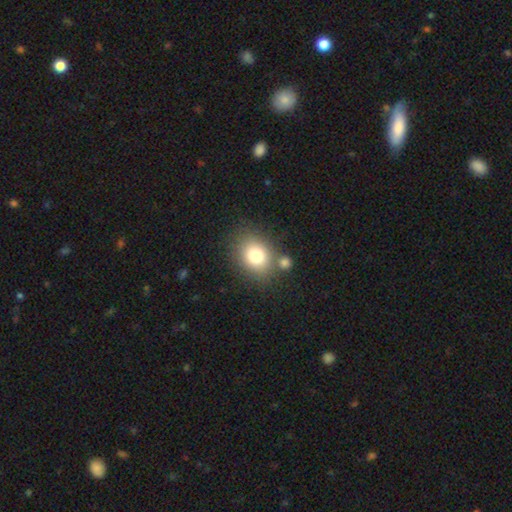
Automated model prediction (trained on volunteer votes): This is likely a smooth galaxy (78%). How rounded: possibly round (53%). Merging: likely none (68%).